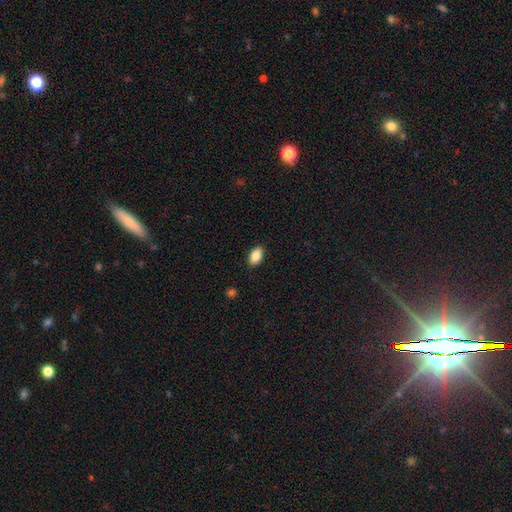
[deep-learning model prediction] A smooth galaxy with no disk features (85%) that is in between round and cigar-shaped (92%). Merging: none (88%).